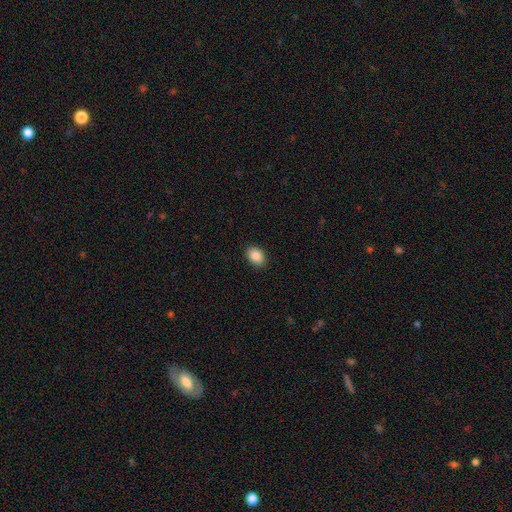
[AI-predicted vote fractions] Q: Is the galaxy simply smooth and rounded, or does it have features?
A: smooth — 88%.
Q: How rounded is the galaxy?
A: in between — 79%.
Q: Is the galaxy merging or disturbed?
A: none — 90%.